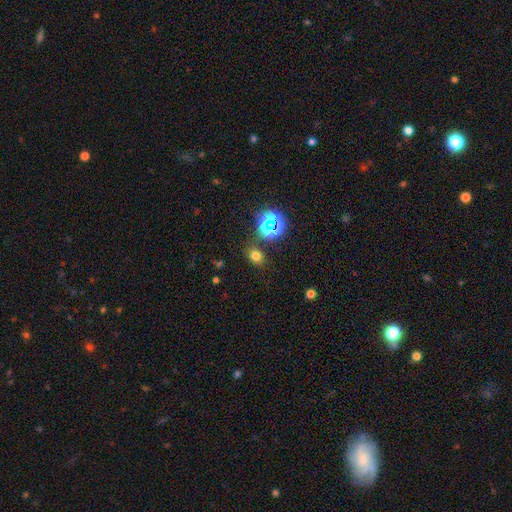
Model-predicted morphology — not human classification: Overall: smooth (69%). How rounded: round (52%; in between 47%). Merging: none (82%).